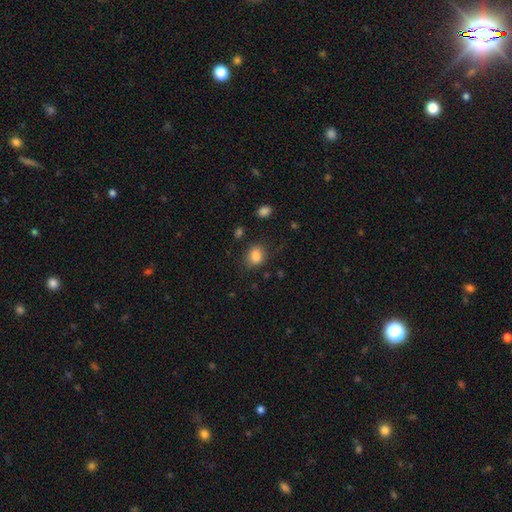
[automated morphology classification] Overall: smooth (84%). How rounded: round (56%; in between 44%). Merging: none (78%).